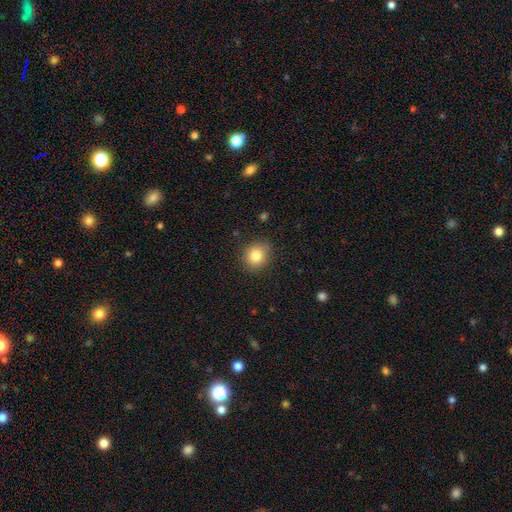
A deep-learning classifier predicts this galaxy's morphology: Smooth or featured?
  - smooth: 81% *
  - star or artifact: 11%
  - featured or disk: 8%
How rounded?
  - round: 79% *
  - in between: 20%
  - cigar-shaped: 1%
Merging?
  - none: 85% *
  - minor disturbance: 11%
  - major disturbance: 3%
  - merger: 1%